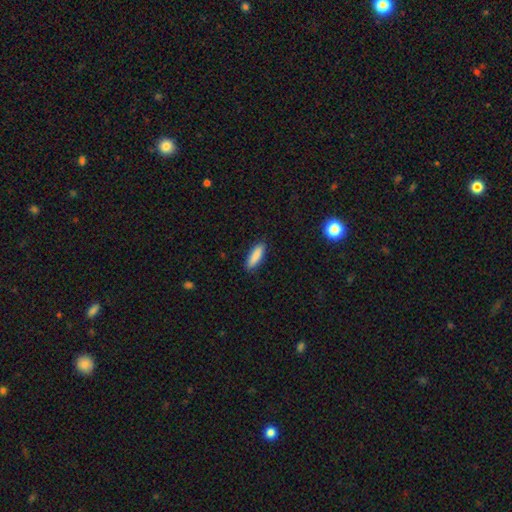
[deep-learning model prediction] This appears to be a smooth galaxy with no disk features (87%) that is cigar-shaped (55%). Merging: none (89%).